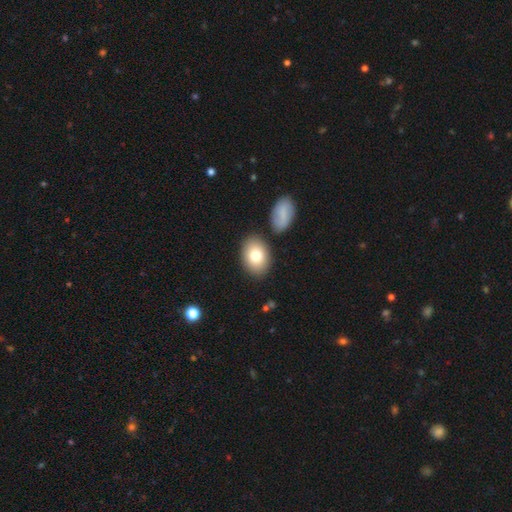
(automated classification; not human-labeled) Q: Smooth or featured?
A: smooth (78%); runner-up: featured or disk (14%)
Q: How rounded?
A: in between (76%); runner-up: round (23%)
Q: Merging?
A: none (81%); runner-up: minor disturbance (10%)